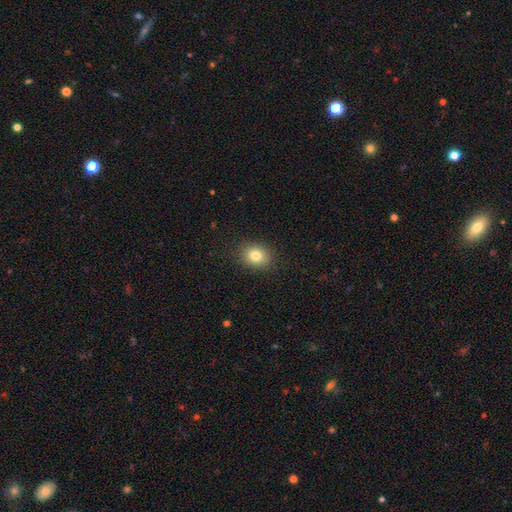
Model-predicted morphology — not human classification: This is clearly a smooth galaxy (81%). How rounded: possibly round (57%). Merging: clearly none (88%).